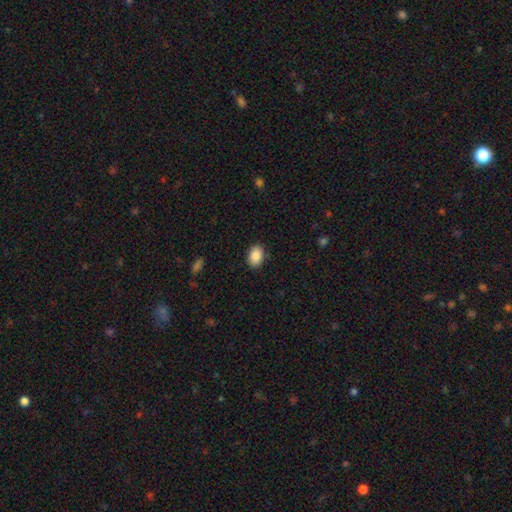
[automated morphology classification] Smooth or featured? smooth (89%)
How rounded? in between (81%)
Merging? none (88%)